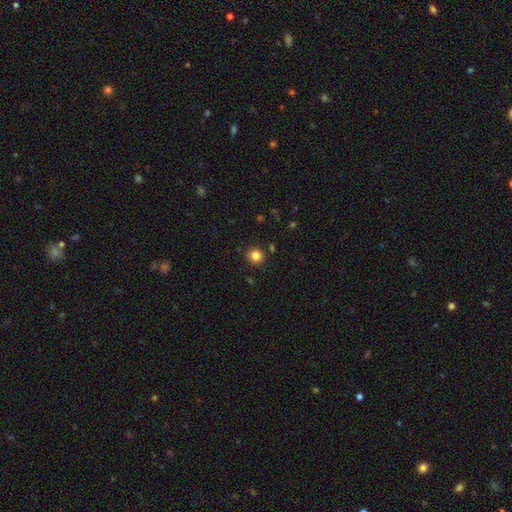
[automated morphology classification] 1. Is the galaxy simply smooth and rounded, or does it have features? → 83% smooth, 12% star or artifact, 5% featured or disk.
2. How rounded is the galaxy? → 90% round, 9% in between, 1% cigar-shaped.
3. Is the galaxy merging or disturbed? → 87% none, 8% minor disturbance, 3% merger, 2% major disturbance.